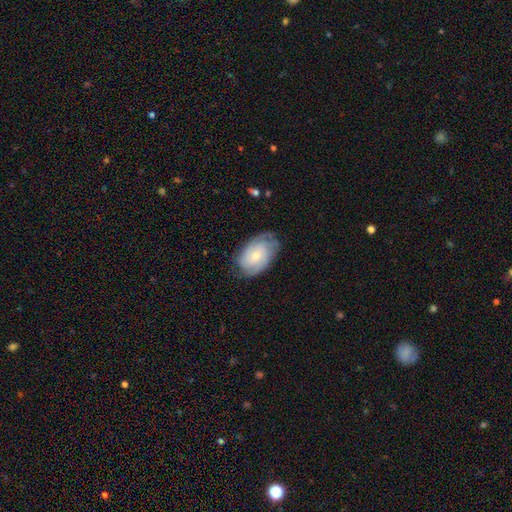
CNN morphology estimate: Smooth or featured? featured or disk (65%)
Edge-on disk? no (96%)
Bar? no (72%)
Spiral arms? yes (91%)
Spiral winding? tight (61%)
Spiral arm count? can't tell (36%)
Bulge size? small (55%)
Merging? none (72%)